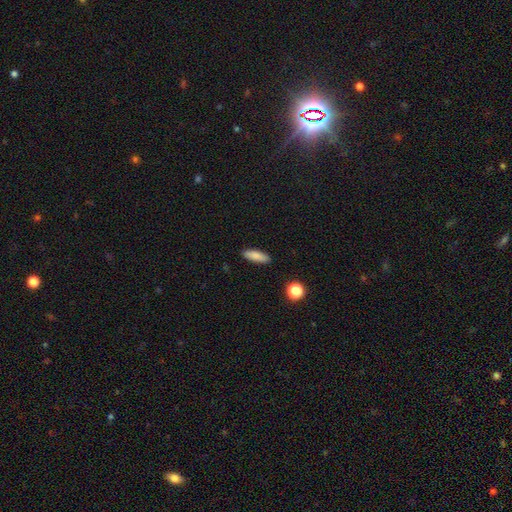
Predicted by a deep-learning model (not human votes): A smooth galaxy with no disk features (84%) that is in between round and cigar-shaped (49%). Merging: none (89%).